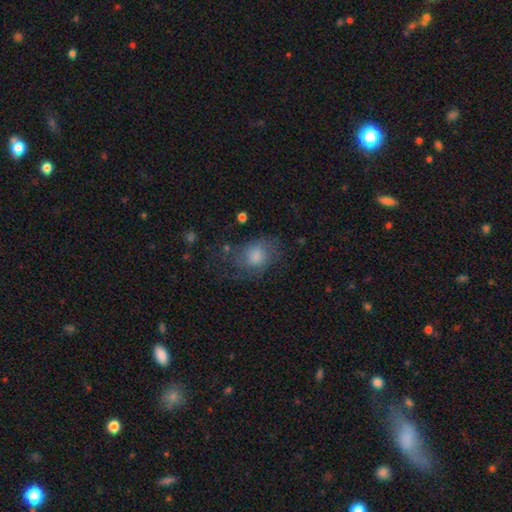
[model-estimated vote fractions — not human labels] Morphology: type=smooth (55%); roundness=in between (57%); merging=none (50%).